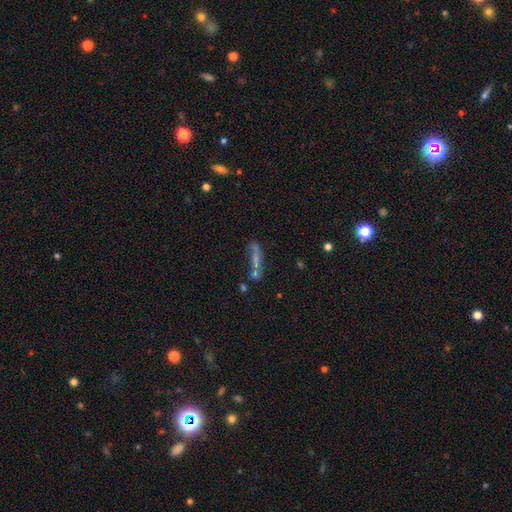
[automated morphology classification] Overall: smooth (40%, tied with featured or disk). Merging: none (39%; merger 29%).